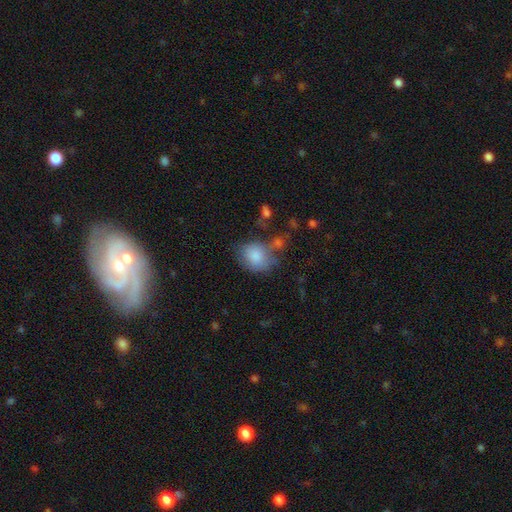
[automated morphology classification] Q: Smooth or featured?
A: smooth (84%); runner-up: featured or disk (9%)
Q: How rounded?
A: round (54%); runner-up: in between (45%)
Q: Merging?
A: none (52%); runner-up: minor disturbance (24%)